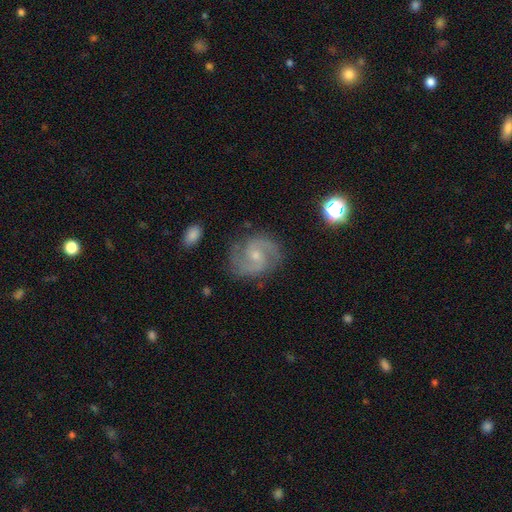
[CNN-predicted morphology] Smooth or featured?
  - featured or disk: 87% *
  - smooth: 7%
  - star or artifact: 6%
Edge-on disk?
  - no: 98% *
  - yes: 2%
Bar?
  - no: 49% *
  - weak: 43%
  - strong: 8%
Spiral arms?
  - yes: 97% *
  - no: 3%
Spiral winding?
  - medium: 58% *
  - tight: 25%
  - loose: 17%
Spiral arm count?
  - 2: 91% *
  - can't tell: 3%
  - 3: 2%
  - 1: 1%
  - 4: 1%
  - more than 4: 1%
Bulge size?
  - small: 63% *
  - moderate: 32%
  - none: 3%
  - large: 1%
  - dominant: 1%
Merging?
  - none: 81% *
  - minor disturbance: 13%
  - major disturbance: 4%
  - merger: 1%